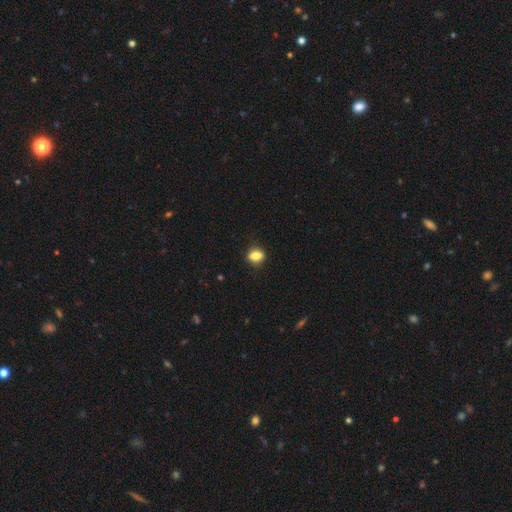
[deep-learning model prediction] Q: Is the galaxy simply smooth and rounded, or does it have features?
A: smooth — 82%.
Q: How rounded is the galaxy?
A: in between — 63%.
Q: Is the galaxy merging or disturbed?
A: none — 84%.